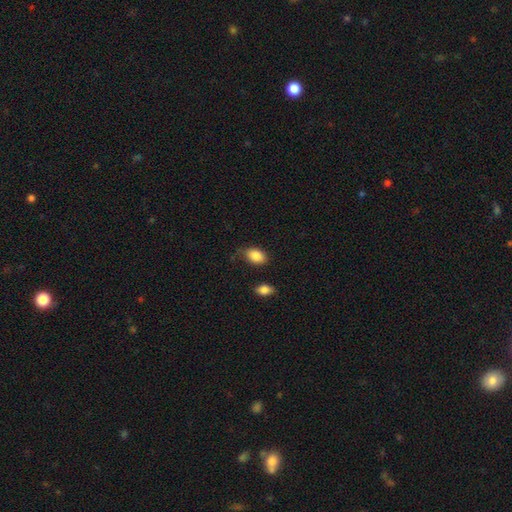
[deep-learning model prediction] This is clearly a smooth galaxy (87%). How rounded: clearly in between (84%). Merging: likely none (70%).